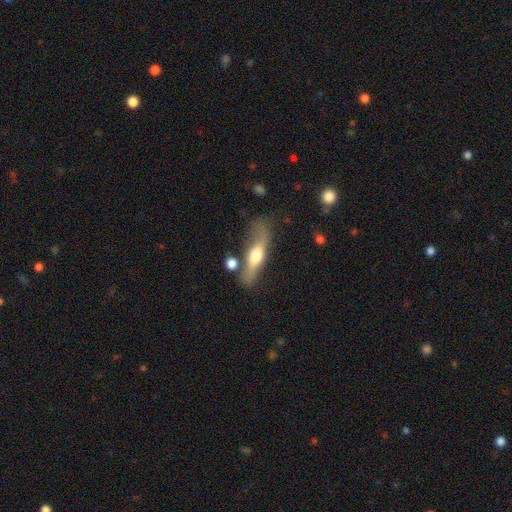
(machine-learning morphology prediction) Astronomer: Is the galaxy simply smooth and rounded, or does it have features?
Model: featured or disk — 51% (runner-up: smooth, 43%).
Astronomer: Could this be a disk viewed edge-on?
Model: yes — 76%.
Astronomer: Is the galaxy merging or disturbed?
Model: none — 58%.